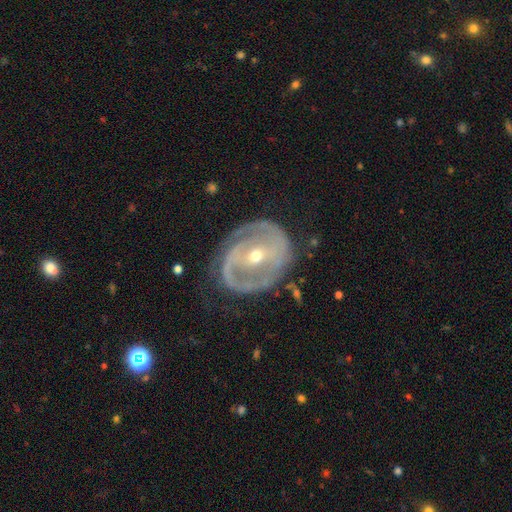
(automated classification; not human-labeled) Smooth or featured? featured or disk (86%)
Edge-on disk? no (96%)
Bar? strong (40%)
Spiral arms? yes (87%)
Spiral winding? tight (48%)
Spiral arm count? 2 (70%)
Bulge size? small (54%)
Merging? none (72%)